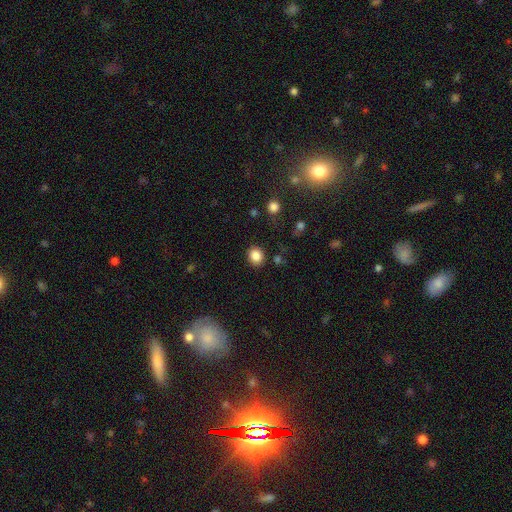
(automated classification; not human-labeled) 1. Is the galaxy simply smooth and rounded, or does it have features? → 85% smooth, 10% star or artifact, 4% featured or disk.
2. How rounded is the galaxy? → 74% round, 25% in between, 1% cigar-shaped.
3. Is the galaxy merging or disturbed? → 87% none, 9% minor disturbance, 3% major disturbance, 2% merger.